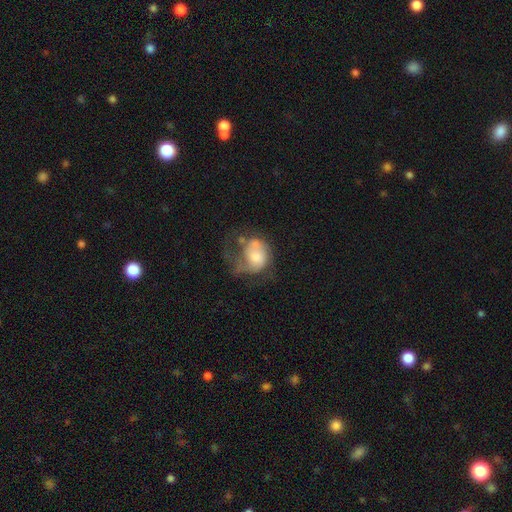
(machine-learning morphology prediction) smooth-or-featured: smooth: 46% | featured or disk: 45% | star or artifact: 8%
  merging: major disturbance: 48% | none: 21% | minor disturbance: 19% | merger: 12%